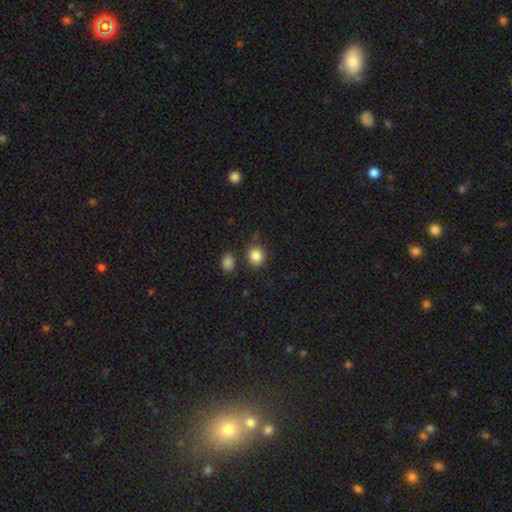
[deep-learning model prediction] Smooth or featured?
  - smooth: 86% *
  - star or artifact: 10%
  - featured or disk: 4%
How rounded?
  - round: 81% *
  - in between: 18%
  - cigar-shaped: 1%
Merging?
  - none: 79% *
  - minor disturbance: 10%
  - merger: 7%
  - major disturbance: 3%